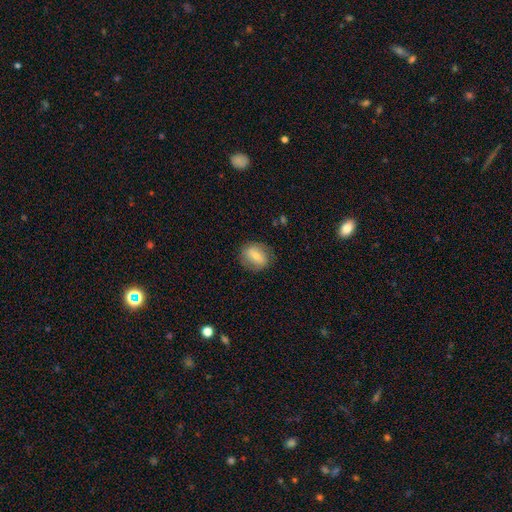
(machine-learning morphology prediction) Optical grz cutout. It shows a smooth galaxy with no disk features (59%) that is round (54%). Merging: none (80%).